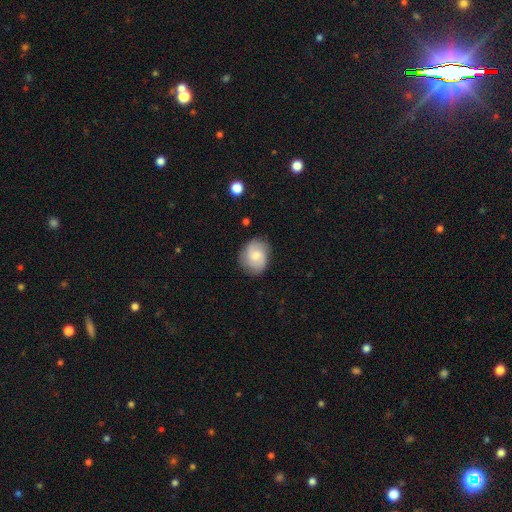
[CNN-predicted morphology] The model was most divided on "smooth or featured": smooth: 53%, featured or disk: 39%, star or artifact: 8%. More confident: merging — none (79%); how rounded — round (58%).